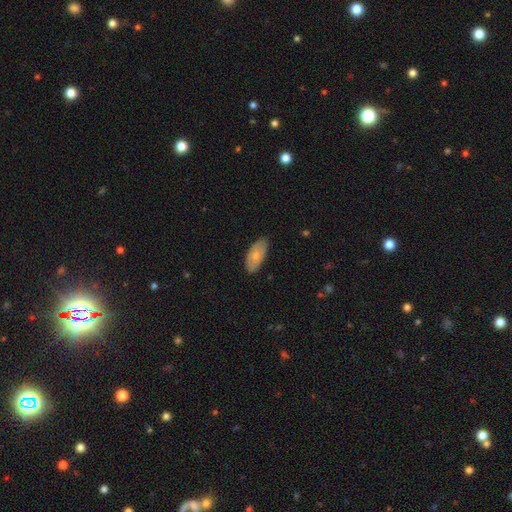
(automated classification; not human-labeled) Smooth or featured? Predicted: smooth (p=0.69). How rounded? Predicted: in between (p=0.91). Merging? Predicted: none (p=0.78).